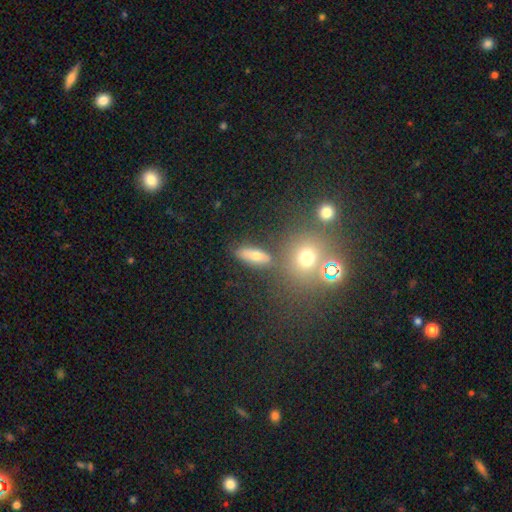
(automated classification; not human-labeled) Smooth or featured: smooth — 62% (featured or disk — 19%)
How rounded: in between — 53% (cigar-shaped — 31%)
Merging: none — 74% (minor disturbance — 12%)